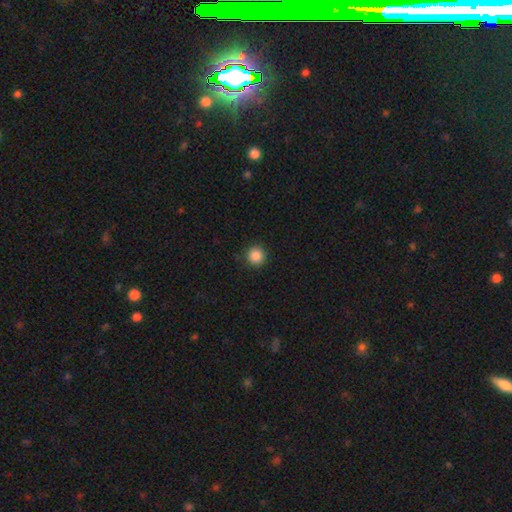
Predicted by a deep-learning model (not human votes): Smooth or featured: smooth — 86% (star or artifact — 10%)
How rounded: round — 95% (in between — 5%)
Merging: none — 91% (minor disturbance — 6%)